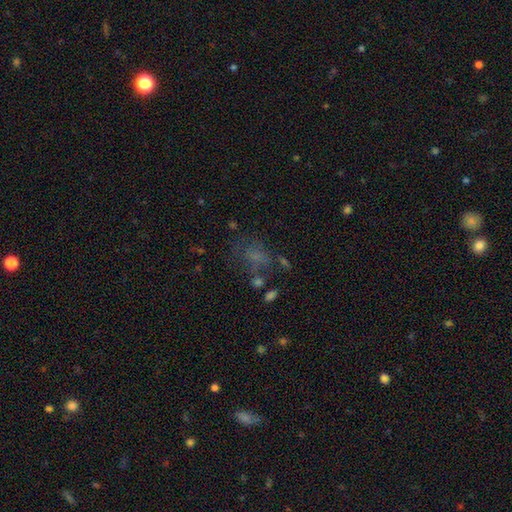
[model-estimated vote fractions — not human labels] Smooth or featured? Predicted: smooth (p=0.47). Merging? Predicted: none (p=0.44).